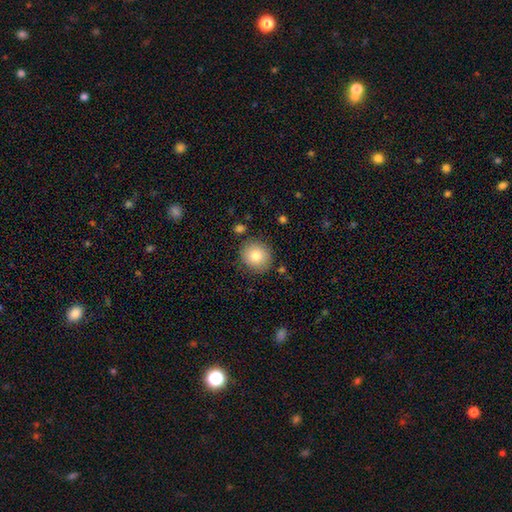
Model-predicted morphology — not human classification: Smooth or featured? smooth (82%)
How rounded? round (88%)
Merging? none (86%)